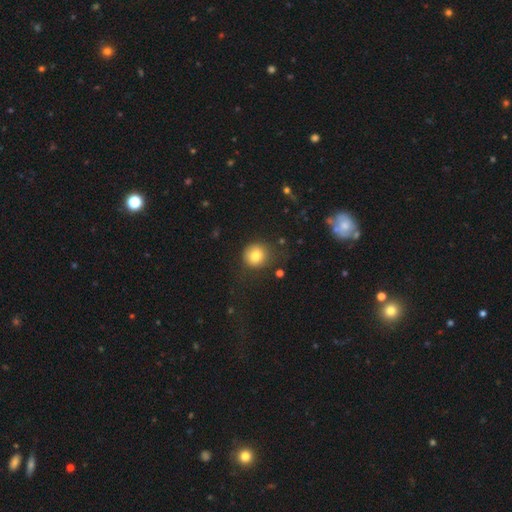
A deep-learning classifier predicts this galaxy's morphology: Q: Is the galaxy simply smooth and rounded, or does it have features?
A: smooth — 80%.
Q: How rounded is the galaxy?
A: round — 89%.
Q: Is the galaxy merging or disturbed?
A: none — 73%.